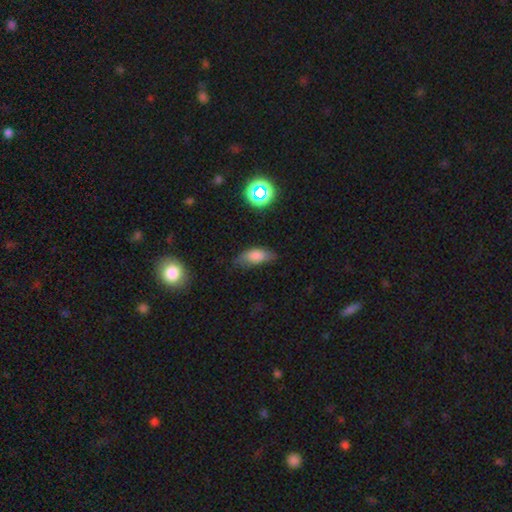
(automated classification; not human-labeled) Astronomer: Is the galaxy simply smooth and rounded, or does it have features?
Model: smooth — 77%.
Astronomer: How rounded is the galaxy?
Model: in between — 81%.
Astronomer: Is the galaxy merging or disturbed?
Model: none — 65%.